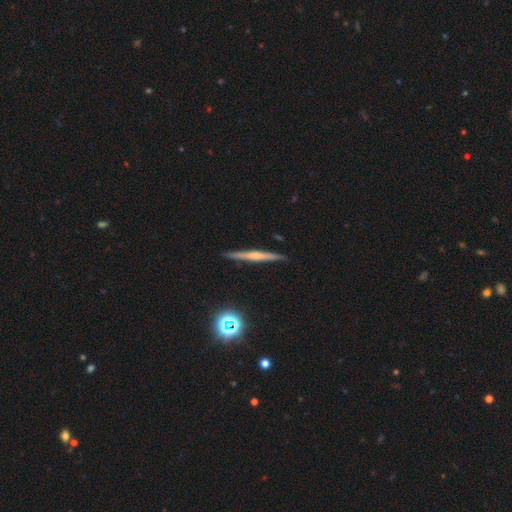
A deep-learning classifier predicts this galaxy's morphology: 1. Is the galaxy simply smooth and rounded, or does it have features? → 61% featured or disk, 31% smooth, 9% star or artifact.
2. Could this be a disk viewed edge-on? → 97% yes, 3% no.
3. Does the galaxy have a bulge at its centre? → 53% rounded, 37% none, 10% boxy.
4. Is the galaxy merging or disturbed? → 90% none, 7% minor disturbance, 1% major disturbance, 1% merger.